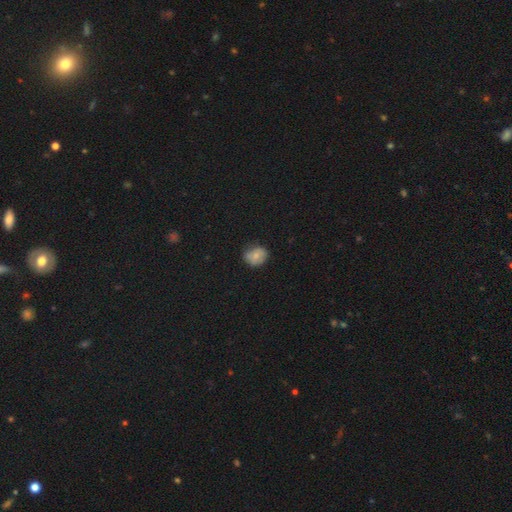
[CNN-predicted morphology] A smooth galaxy with no disk features (69%) that is round (56%).

Vote fractions:
- Smooth or featured? smooth: 69% / featured or disk: 21% / star or artifact: 10%
- How rounded? round: 56% / in between: 43% / cigar-shaped: 1%
- Merging? none: 69% / minor disturbance: 24% / major disturbance: 5% / merger: 2%